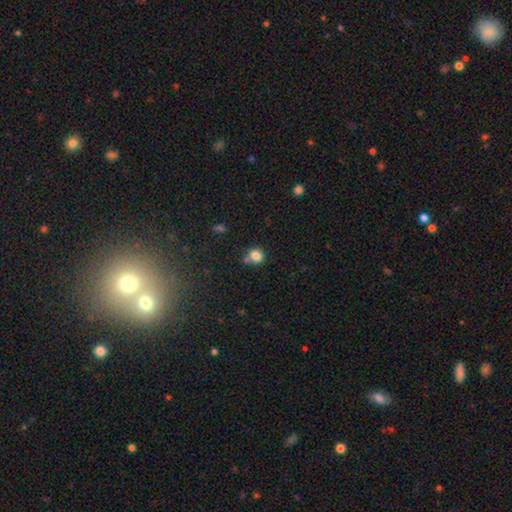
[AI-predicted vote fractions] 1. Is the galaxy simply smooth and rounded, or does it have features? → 81% smooth, 12% star or artifact, 7% featured or disk.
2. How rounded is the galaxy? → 76% round, 23% in between, 1% cigar-shaped.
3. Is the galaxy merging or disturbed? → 57% none, 22% merger, 17% minor disturbance, 5% major disturbance.